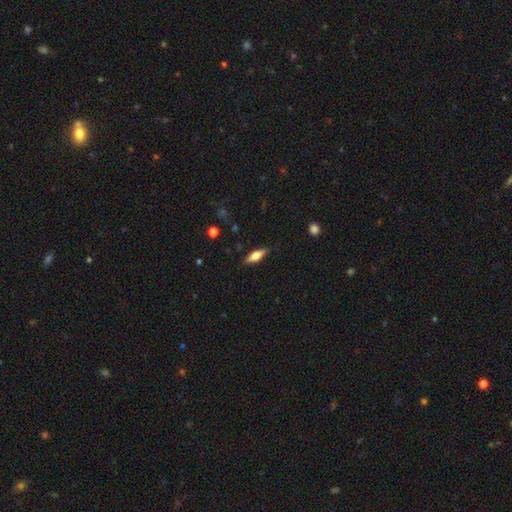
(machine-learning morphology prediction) A smooth galaxy with no disk features (59%) that is in between round and cigar-shaped (54%). Merging: none (84%).